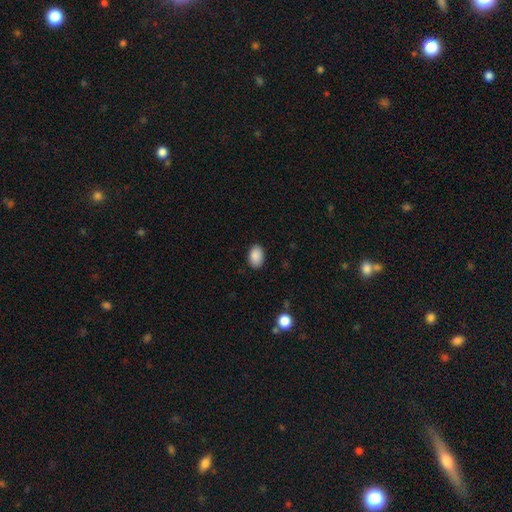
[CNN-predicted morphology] Overall: smooth (90%). How rounded: in between (87%). Merging: none (87%).